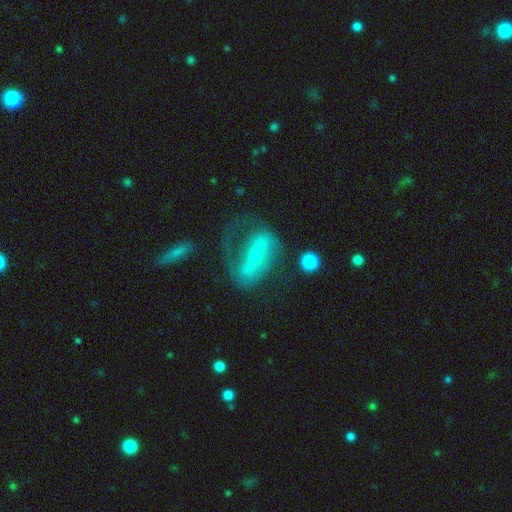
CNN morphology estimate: The model was most divided on "merging": major disturbance: 39%, none: 37%, minor disturbance: 19%, merger: 5%. Remaining: edge-on disk — no (91%); spiral arms — yes (78%); smooth or featured — featured or disk (75%); bulge size — small (73%); spiral arm count — 2 (66%); bar — strong (55%); spiral winding — loose (43%).